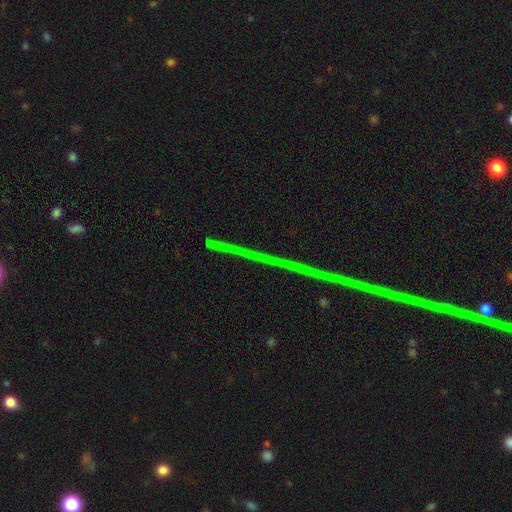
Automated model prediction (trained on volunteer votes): The model was most divided on "smooth or featured": star or artifact: 85%, featured or disk: 9%, smooth: 6%.